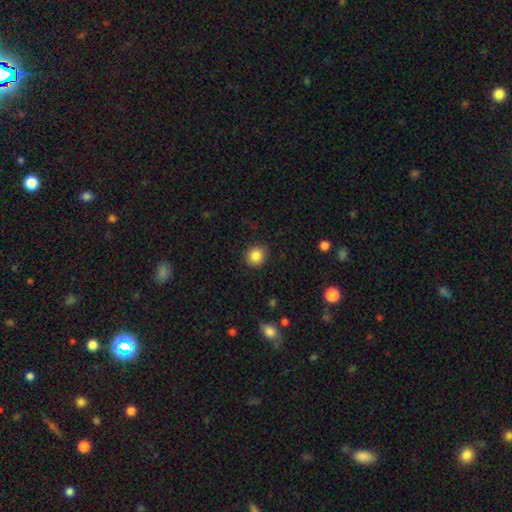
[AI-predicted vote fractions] This is clearly a smooth galaxy (85%). How rounded: clearly round (87%). Merging: clearly none (89%).